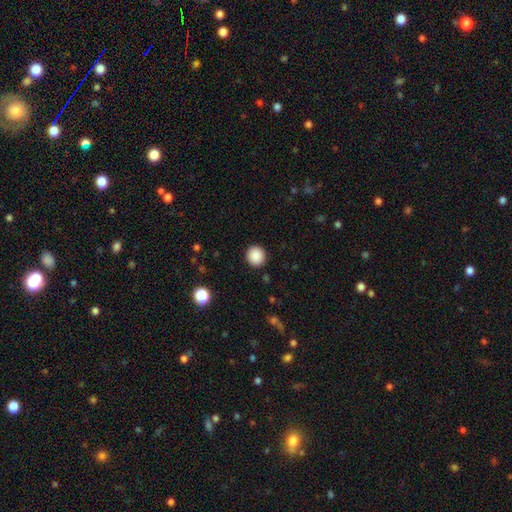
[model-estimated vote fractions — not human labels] Smooth or featured? Predicted: smooth (p=0.88). How rounded? Predicted: round (p=0.91). Merging? Predicted: none (p=0.92).